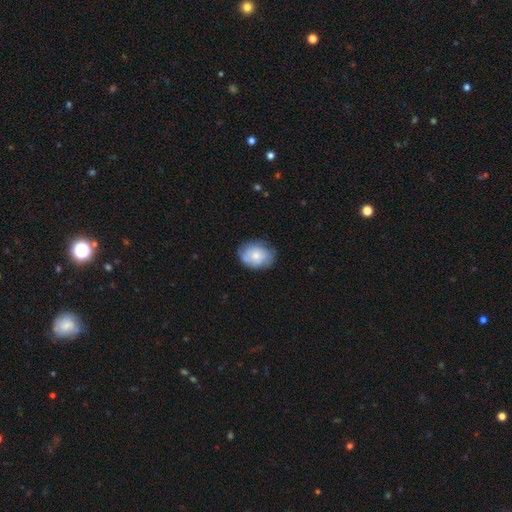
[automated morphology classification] Smooth or featured? Predicted: smooth (p=0.63). How rounded? Predicted: in between (p=0.64). Merging? Predicted: none (p=0.69).